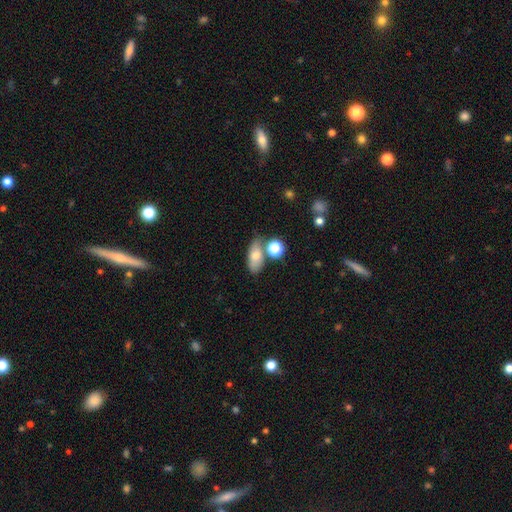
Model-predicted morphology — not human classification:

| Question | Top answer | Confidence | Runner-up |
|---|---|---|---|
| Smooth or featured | smooth | 73% | featured or disk (18%) |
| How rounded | in between | 79% | round (11%) |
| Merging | none | 59% | merger (20%) |